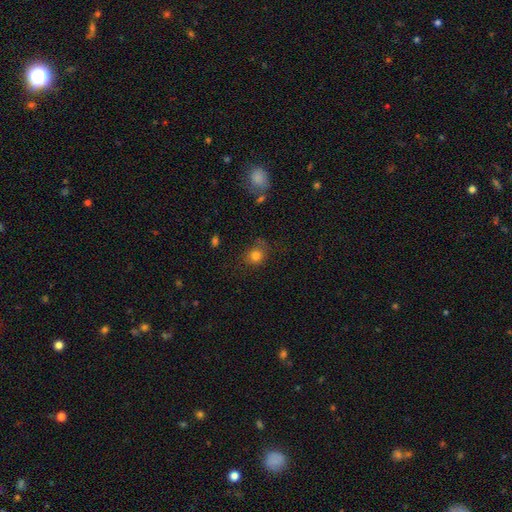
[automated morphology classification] Overall: smooth (79%). How rounded: round (74%). Merging: none (64%).